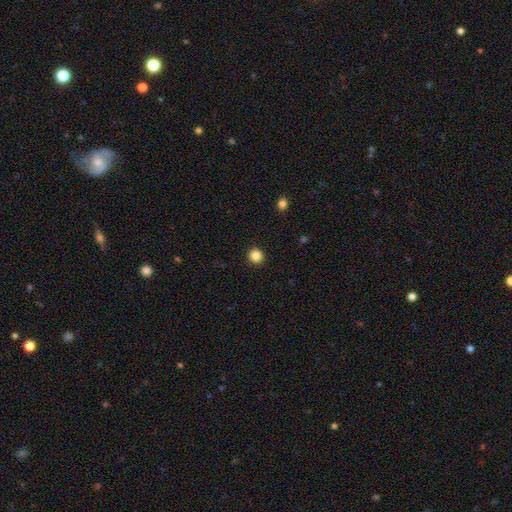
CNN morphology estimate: This appears to be a smooth galaxy with no disk features (86%) that is round (91%). Merging: none (92%).